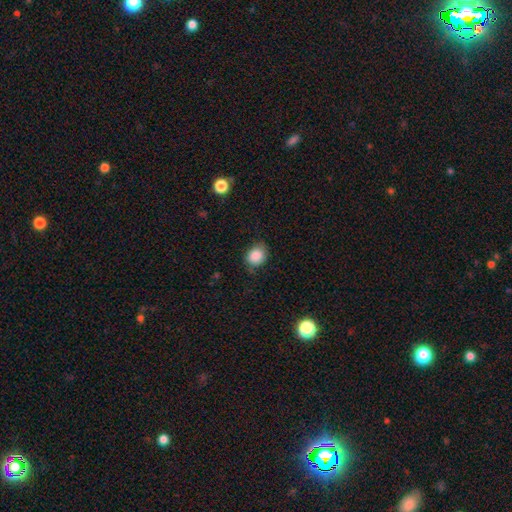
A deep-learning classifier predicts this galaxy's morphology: A smooth galaxy with no disk features (87%) that is round (61%). Merging: none (73%).